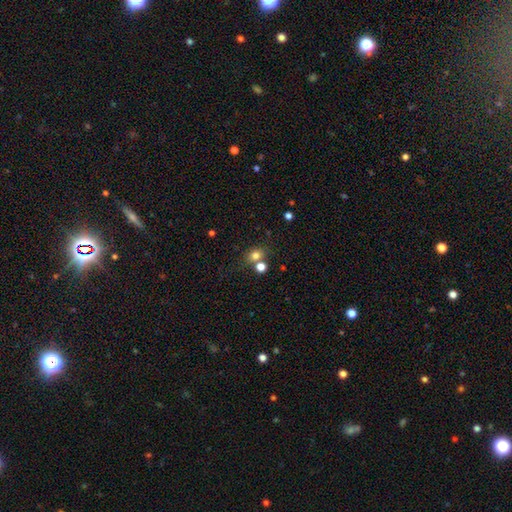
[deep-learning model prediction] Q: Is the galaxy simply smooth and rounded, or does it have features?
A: smooth — 76%.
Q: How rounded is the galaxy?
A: round — 63%.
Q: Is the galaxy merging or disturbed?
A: none — 61%.